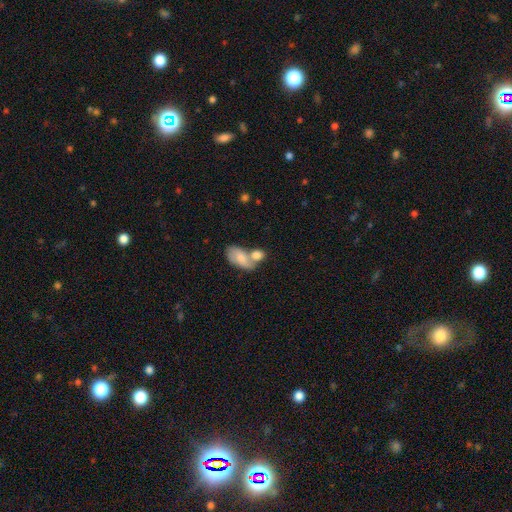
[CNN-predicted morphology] This appears to be a smooth galaxy with no disk features (71%) that is in between round and cigar-shaped (82%). Merging: merger (59%).